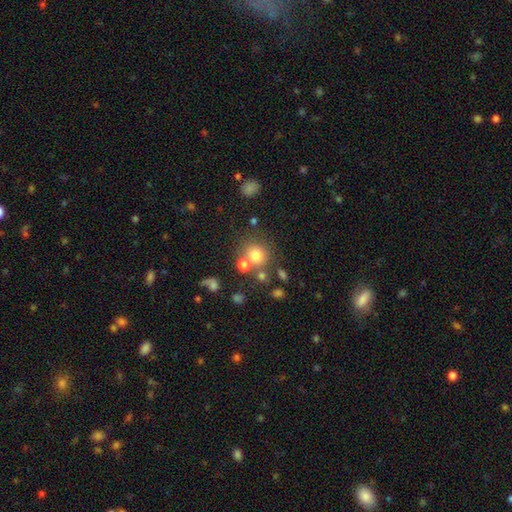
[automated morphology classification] Smooth or featured?
  - smooth: 74% *
  - star or artifact: 15%
  - featured or disk: 11%
How rounded?
  - round: 85% *
  - in between: 14%
  - cigar-shaped: 1%
Merging?
  - none: 63% *
  - merger: 21%
  - minor disturbance: 11%
  - major disturbance: 6%